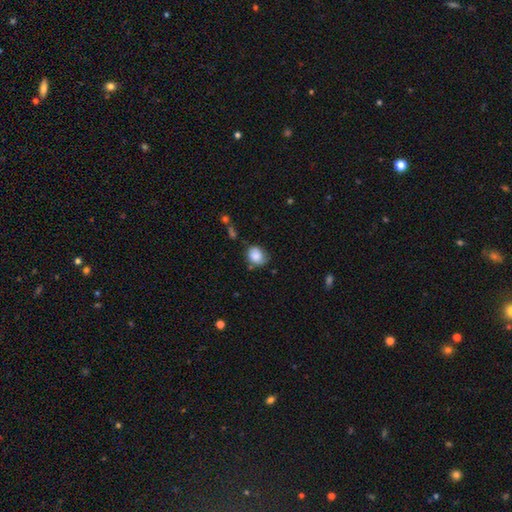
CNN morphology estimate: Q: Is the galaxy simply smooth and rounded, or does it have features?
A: smooth — 82%.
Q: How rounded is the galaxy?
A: round — 50%.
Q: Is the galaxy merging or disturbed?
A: none — 55%.